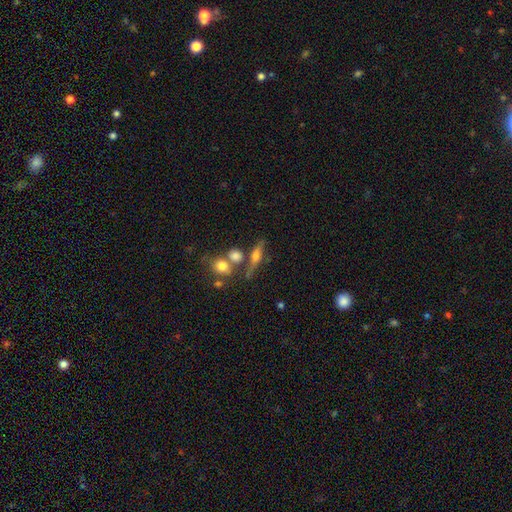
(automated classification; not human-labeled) Morphology: type=featured or disk (50%); edge-on=yes (85%); merging=none (62%).